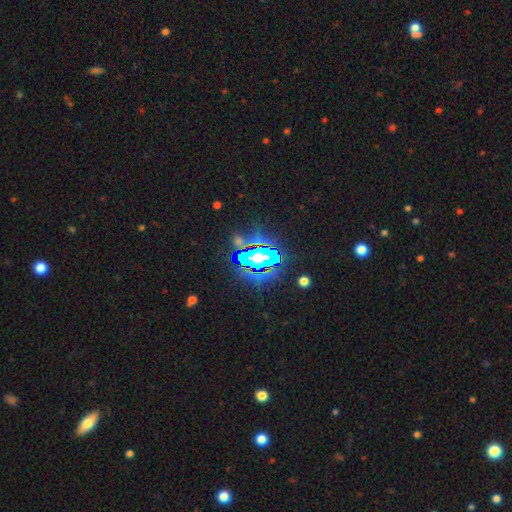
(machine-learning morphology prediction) Smooth or featured: star or artifact — 81% (smooth — 11%)